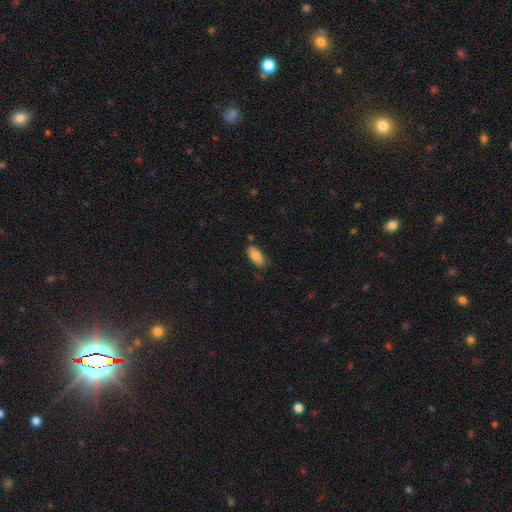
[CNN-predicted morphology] smooth 83%, featured or disk 10%, star or artifact 7%. Down the decision tree: how rounded — in between (91%); merging — none (77%).